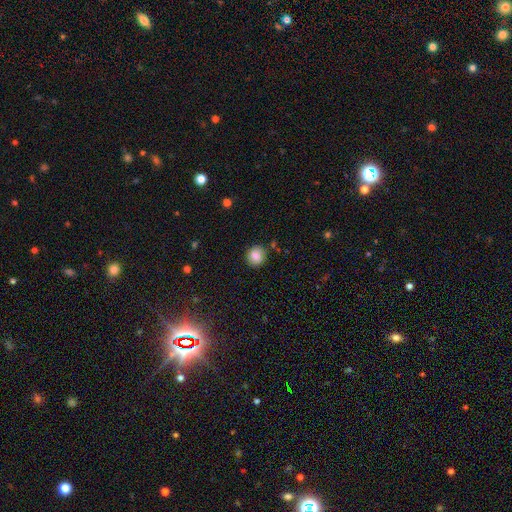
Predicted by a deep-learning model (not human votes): Smooth or featured? smooth (85%)
How rounded? round (88%)
Merging? none (86%)